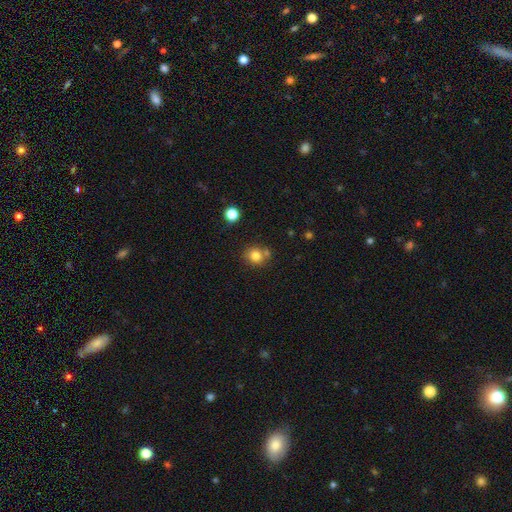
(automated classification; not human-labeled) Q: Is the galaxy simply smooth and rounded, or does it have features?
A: smooth — 81%.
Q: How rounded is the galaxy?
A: round — 84%.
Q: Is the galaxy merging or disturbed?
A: none — 68%.